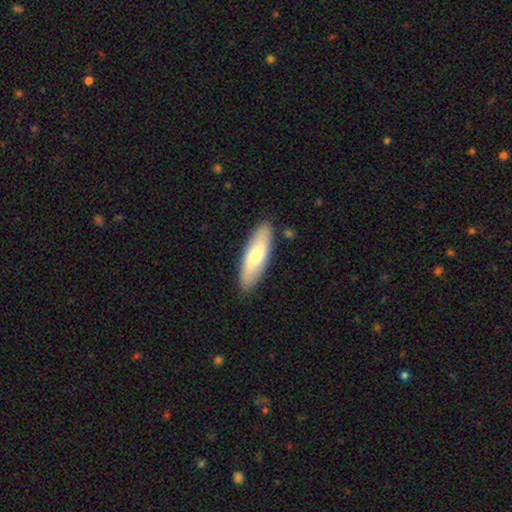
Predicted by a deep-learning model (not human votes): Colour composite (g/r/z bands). It shows a smooth galaxy with no disk features (63%) that is in between round and cigar-shaped (55%). Merging: none (88%).